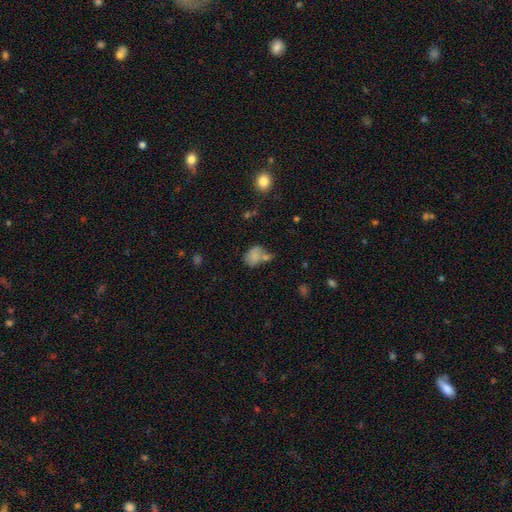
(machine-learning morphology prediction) smooth 74%, featured or disk 14%, star or artifact 11%. Down the decision tree: how rounded — in between (64%); merging — merger (39%).